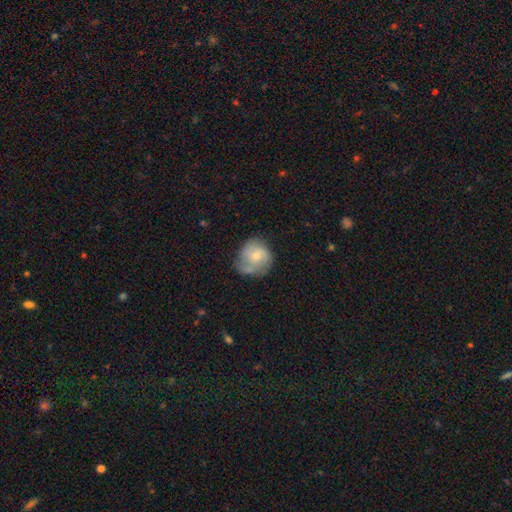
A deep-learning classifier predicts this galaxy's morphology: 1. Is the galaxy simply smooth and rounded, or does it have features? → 53% smooth, 39% featured or disk, 8% star or artifact.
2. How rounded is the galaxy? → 77% round, 22% in between, 1% cigar-shaped.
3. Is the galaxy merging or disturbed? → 48% none, 31% minor disturbance, 14% major disturbance, 7% merger.